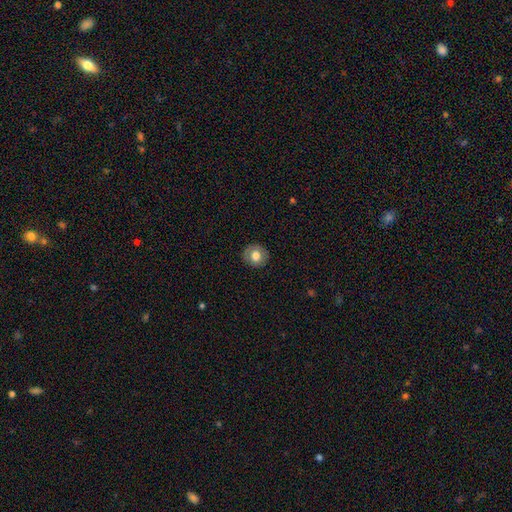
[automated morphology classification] A smooth galaxy with no disk features (74%) that is round (83%).

Vote fractions:
- Smooth or featured? smooth: 74% / featured or disk: 18% / star or artifact: 8%
- How rounded? round: 83% / in between: 16% / cigar-shaped: 1%
- Merging? none: 87% / minor disturbance: 10% / major disturbance: 2% / merger: 1%